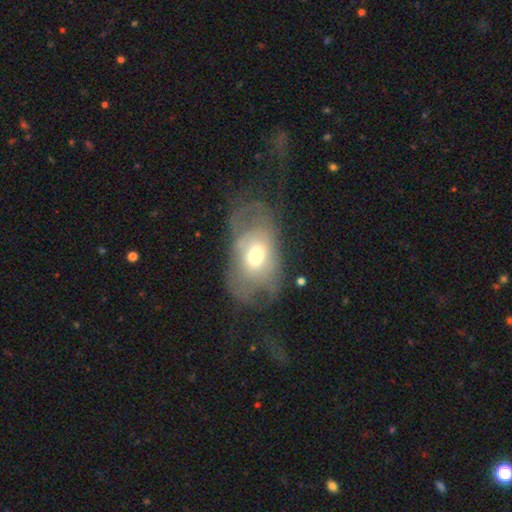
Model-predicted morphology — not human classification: type=smooth (49%); merging=major disturbance (37%).